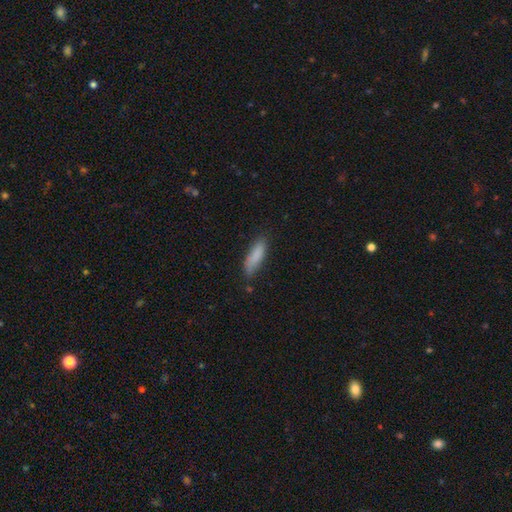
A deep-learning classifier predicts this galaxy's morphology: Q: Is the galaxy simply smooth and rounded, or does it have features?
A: smooth — 85%.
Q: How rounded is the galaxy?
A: cigar-shaped — 55%.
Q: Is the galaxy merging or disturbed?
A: none — 74%.